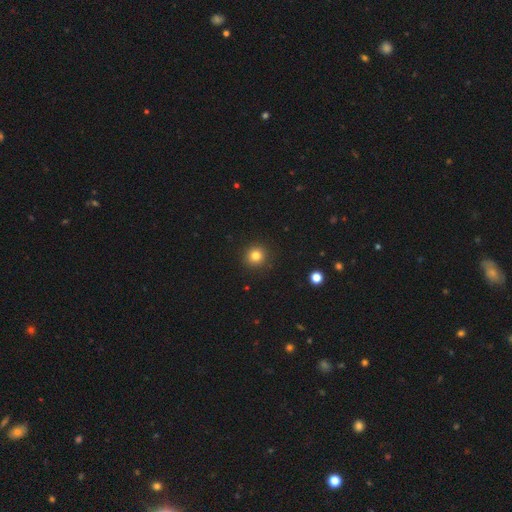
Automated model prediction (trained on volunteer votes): Smooth or featured? Predicted: smooth (p=0.81). How rounded? Predicted: round (p=0.94). Merging? Predicted: none (p=0.92).